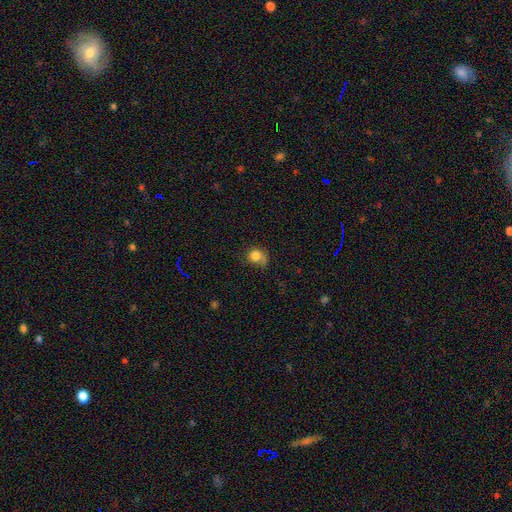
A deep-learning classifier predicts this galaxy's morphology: A smooth galaxy with no disk features (79%) that is round (73%).

Vote fractions:
- Smooth or featured? smooth: 79% / featured or disk: 11% / star or artifact: 10%
- How rounded? round: 73% / in between: 26% / cigar-shaped: 1%
- Merging? none: 49% / minor disturbance: 30% / major disturbance: 17% / merger: 4%